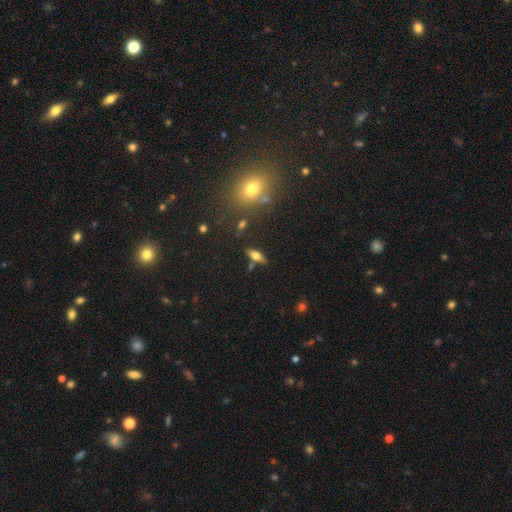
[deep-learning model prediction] Overall: smooth (49%; featured or disk 40%). Merging: none (77%).